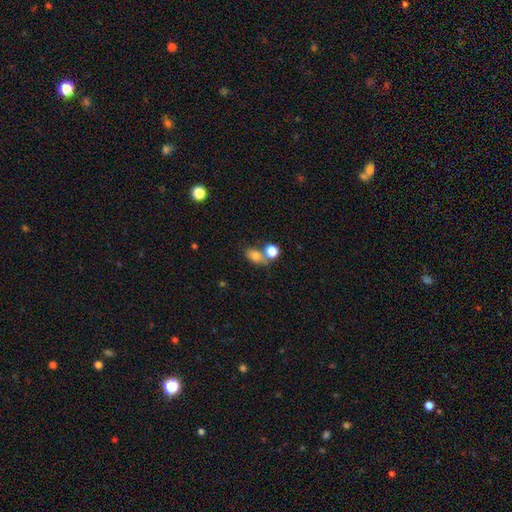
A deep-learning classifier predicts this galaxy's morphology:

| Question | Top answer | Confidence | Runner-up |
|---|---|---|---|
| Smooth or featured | smooth | 75% | star or artifact (12%) |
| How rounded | in between | 72% | round (26%) |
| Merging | none | 51% | merger (31%) |